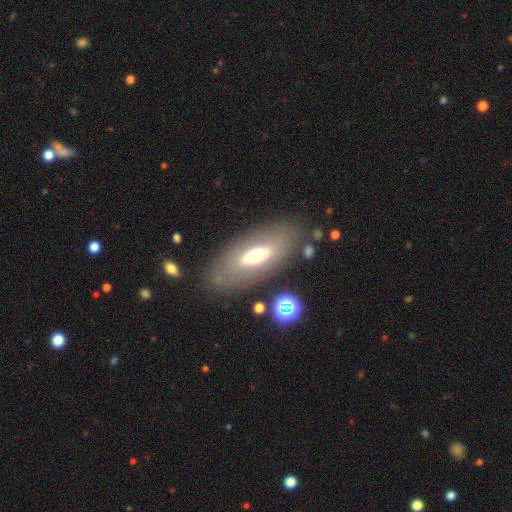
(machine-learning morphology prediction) Smooth or featured: featured or disk — 46% (smooth — 45%)
Merging: none — 79% (minor disturbance — 12%)